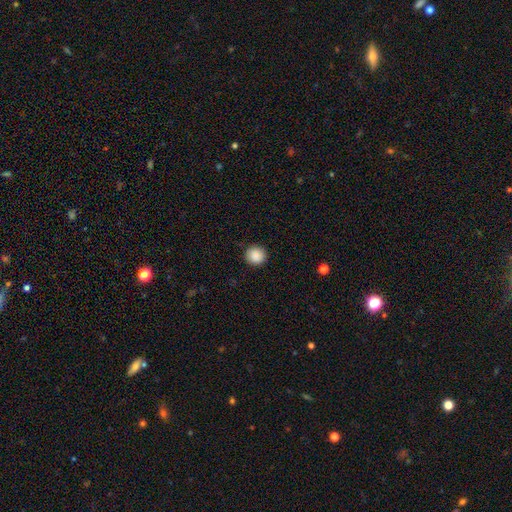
smooth 92%, star or artifact 8%, featured or disk 0%. Down the decision tree: how rounded — round (97%); merging — none (94%).